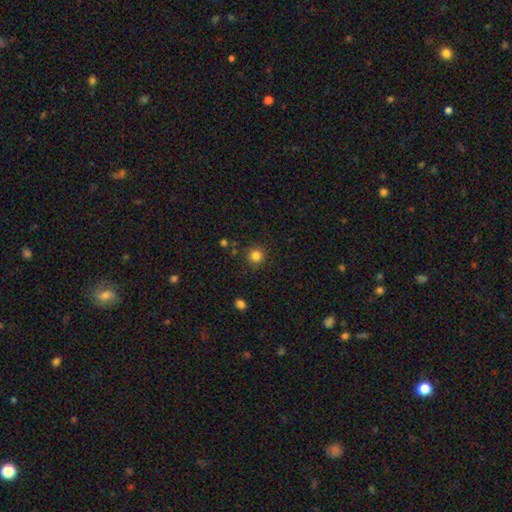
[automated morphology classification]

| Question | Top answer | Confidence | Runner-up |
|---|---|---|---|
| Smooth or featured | smooth | 83% | star or artifact (12%) |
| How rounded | round | 92% | in between (7%) |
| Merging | none | 86% | minor disturbance (9%) |